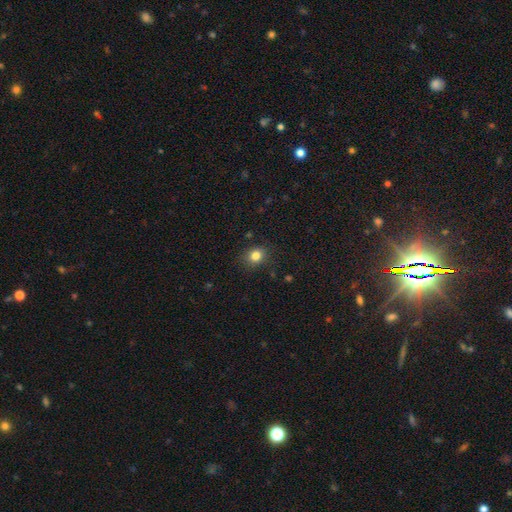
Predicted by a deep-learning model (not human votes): smooth_or_featured: smooth (p=0.82) [alt: star or artifact p=0.12]
how_rounded: round (p=0.70) [alt: in between p=0.29]
merging: none (p=0.85) [alt: minor disturbance p=0.10]